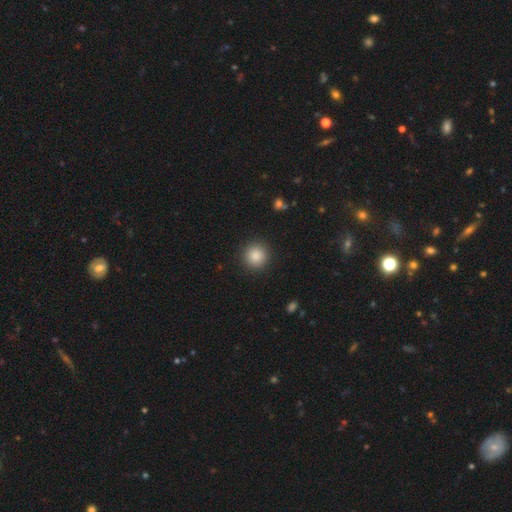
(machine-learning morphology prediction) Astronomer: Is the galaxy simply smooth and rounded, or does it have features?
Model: smooth — 87%.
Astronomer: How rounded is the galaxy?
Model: round — 94%.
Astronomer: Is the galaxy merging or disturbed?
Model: none — 91%.